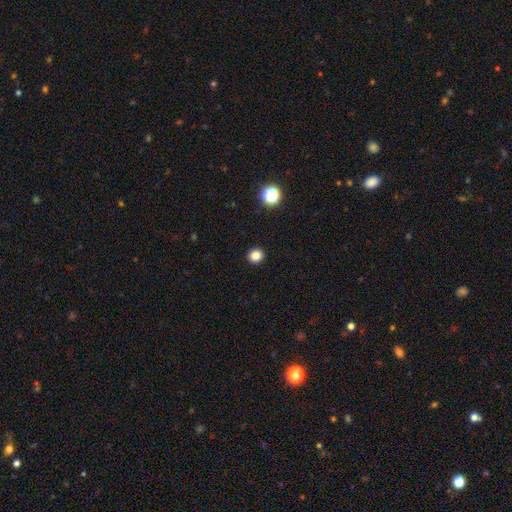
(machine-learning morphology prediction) This appears to be a smooth galaxy with no disk features (82%) that is round (83%). Merging: none (93%).